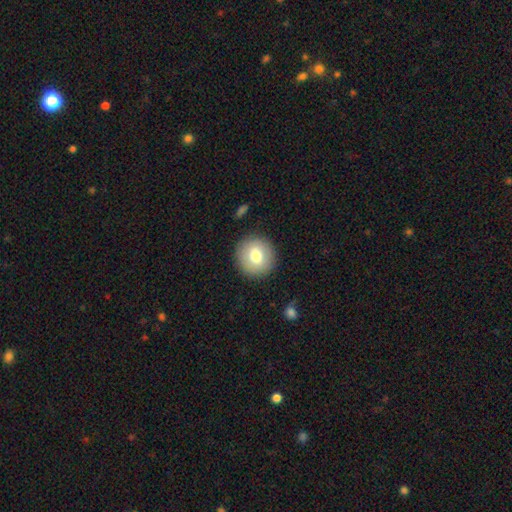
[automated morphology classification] smooth_or_featured: smooth (p=0.76) [alt: featured or disk p=0.16]
how_rounded: round (p=0.92) [alt: in between p=0.07]
merging: none (p=0.89) [alt: minor disturbance p=0.07]